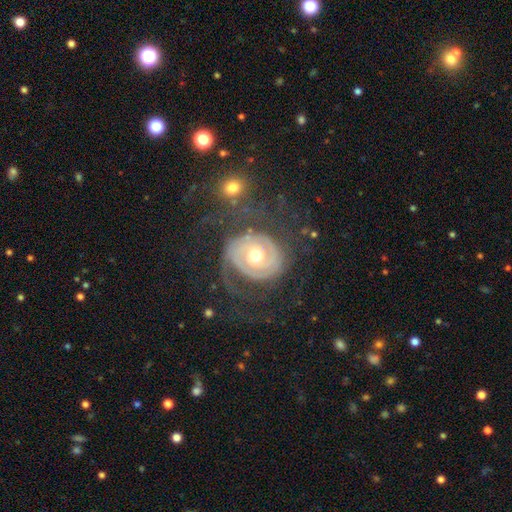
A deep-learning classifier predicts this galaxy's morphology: type=featured or disk (87%); edge-on=no (98%); bar=no (67%); spiral arms=yes (93%); winding=tight (63%); arm count=2 (61%); bulge=moderate (71%); merging=none (59%).